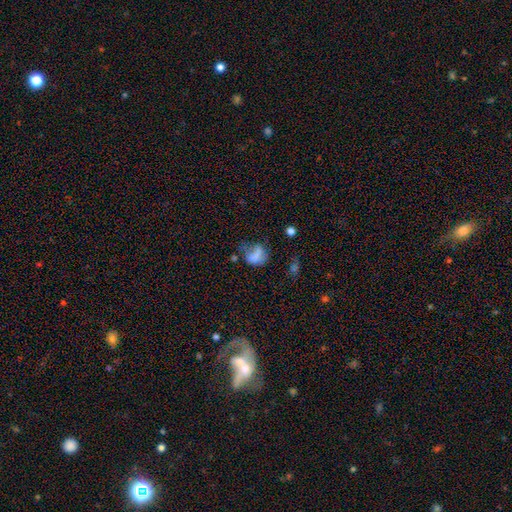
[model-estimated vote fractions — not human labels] A smooth galaxy with no disk features (64%) that is in between round and cigar-shaped (55%).

Vote fractions:
- Smooth or featured? smooth: 64% / featured or disk: 22% / star or artifact: 13%
- How rounded? in between: 55% / round: 42% / cigar-shaped: 2%
- Merging? major disturbance: 37% / none: 29% / minor disturbance: 27% / merger: 8%